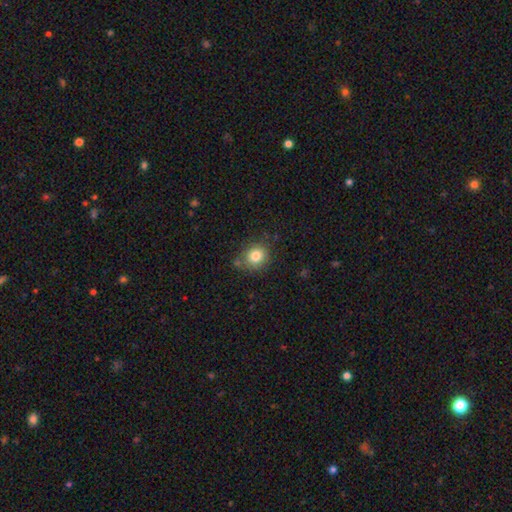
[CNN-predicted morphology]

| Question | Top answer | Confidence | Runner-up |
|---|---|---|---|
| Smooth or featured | smooth | 81% | star or artifact (11%) |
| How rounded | round | 76% | in between (23%) |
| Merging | none | 77% | minor disturbance (15%) |